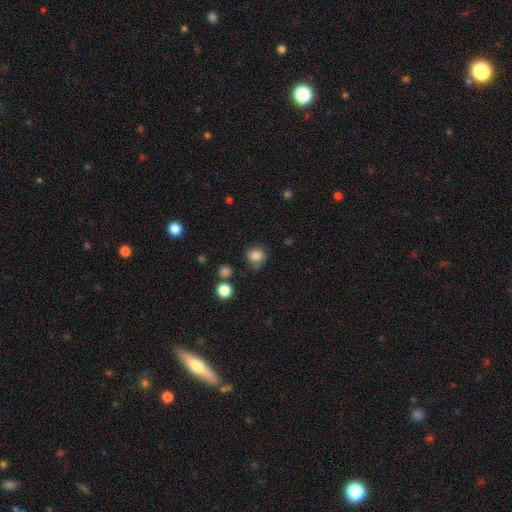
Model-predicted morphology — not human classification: smooth-or-featured: smooth: 83% | star or artifact: 11% | featured or disk: 6%
  how-rounded: round: 82% | in between: 17% | cigar-shaped: 1%
  merging: none: 74% | minor disturbance: 15% | merger: 6% | major disturbance: 5%